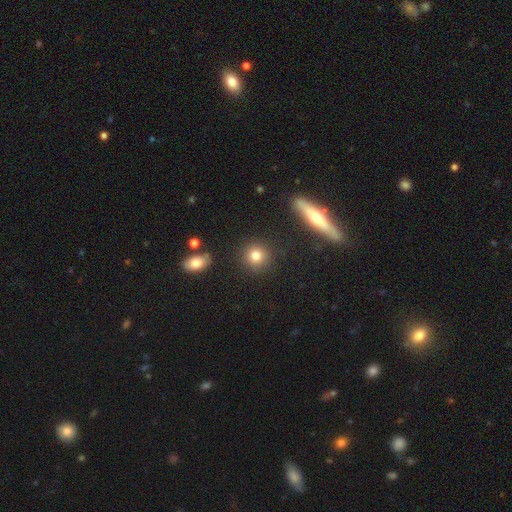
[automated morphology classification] Smooth or featured? smooth (80%)
How rounded? round (90%)
Merging? none (88%)